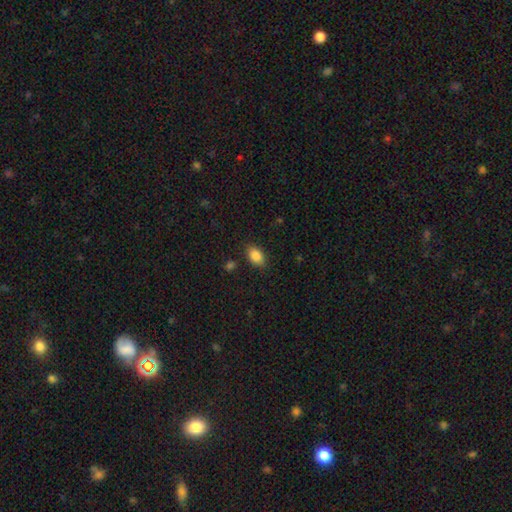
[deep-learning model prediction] Smooth or featured?
  - smooth: 86% *
  - star or artifact: 8%
  - featured or disk: 5%
How rounded?
  - in between: 86% *
  - round: 12%
  - cigar-shaped: 2%
Merging?
  - none: 85% *
  - minor disturbance: 11%
  - major disturbance: 3%
  - merger: 2%